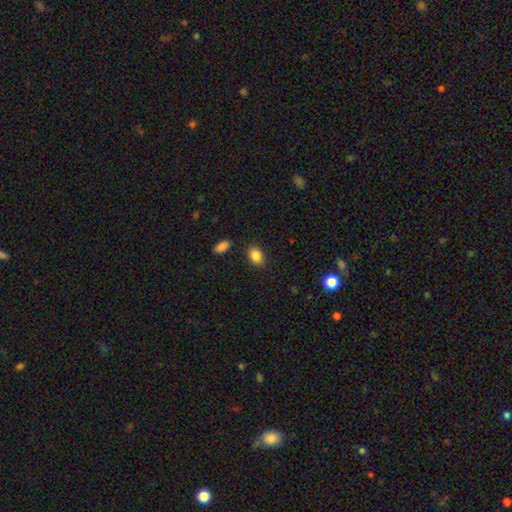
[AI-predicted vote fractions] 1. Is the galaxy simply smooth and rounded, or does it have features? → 87% smooth, 9% star or artifact, 4% featured or disk.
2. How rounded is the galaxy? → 72% in between, 27% round, 1% cigar-shaped.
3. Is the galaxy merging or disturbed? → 84% none, 10% minor disturbance, 3% major disturbance, 3% merger.